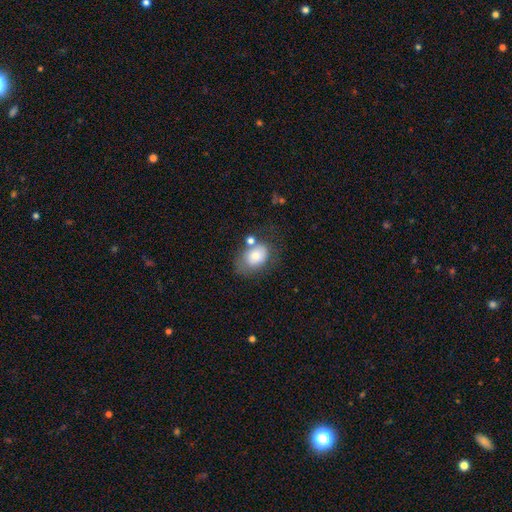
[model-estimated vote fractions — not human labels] A smooth galaxy with no disk features (74%) that is in between round and cigar-shaped (75%). Merging: none (50%).